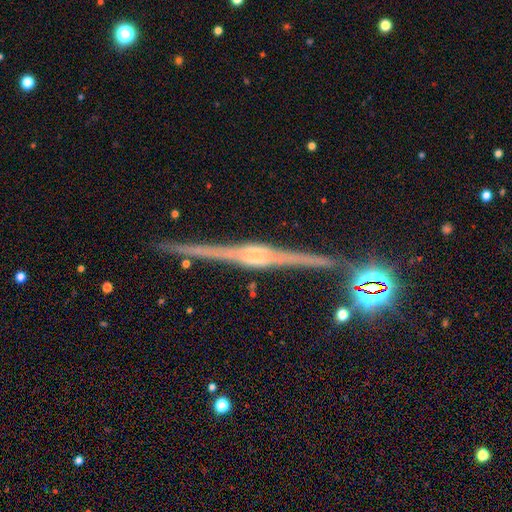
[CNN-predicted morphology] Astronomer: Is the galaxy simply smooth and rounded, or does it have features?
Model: featured or disk — 87%.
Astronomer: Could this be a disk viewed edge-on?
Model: yes — 98%.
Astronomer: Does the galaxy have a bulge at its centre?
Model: rounded — 53% (runner-up: boxy, 37%).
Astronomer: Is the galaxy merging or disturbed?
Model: none — 86%.